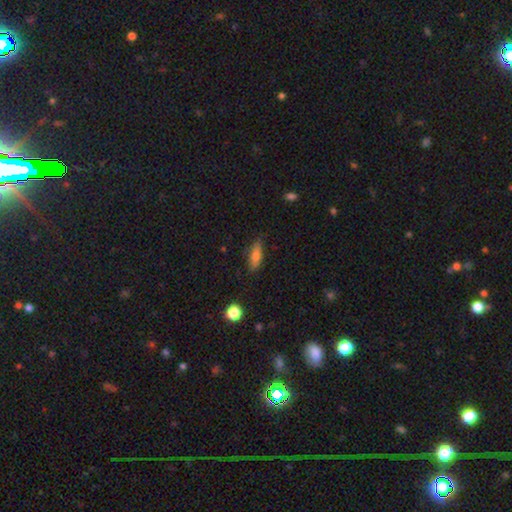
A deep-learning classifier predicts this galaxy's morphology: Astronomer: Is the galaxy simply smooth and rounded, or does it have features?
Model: smooth — 74%.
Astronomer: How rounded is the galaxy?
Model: in between — 53% (runner-up: cigar-shaped, 44%).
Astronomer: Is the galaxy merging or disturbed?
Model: none — 80%.